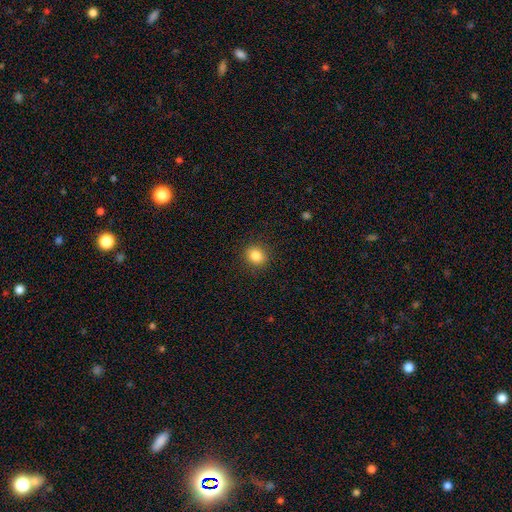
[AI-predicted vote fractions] Overall: smooth (85%). How rounded: round (73%). Merging: none (90%).